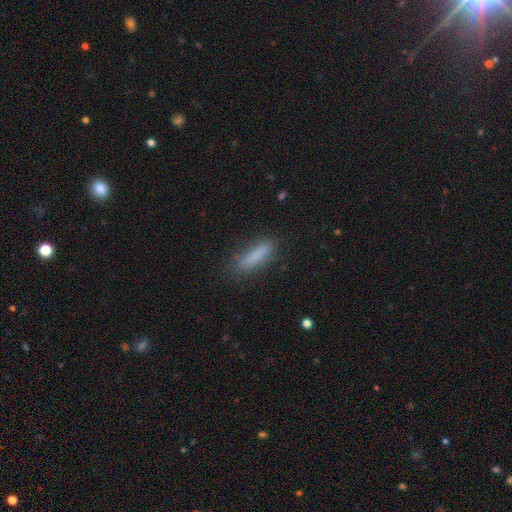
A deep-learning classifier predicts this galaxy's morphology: Smooth or featured? Predicted: smooth (p=0.81). How rounded? Predicted: cigar-shaped (p=0.76). Merging? Predicted: none (p=0.80).